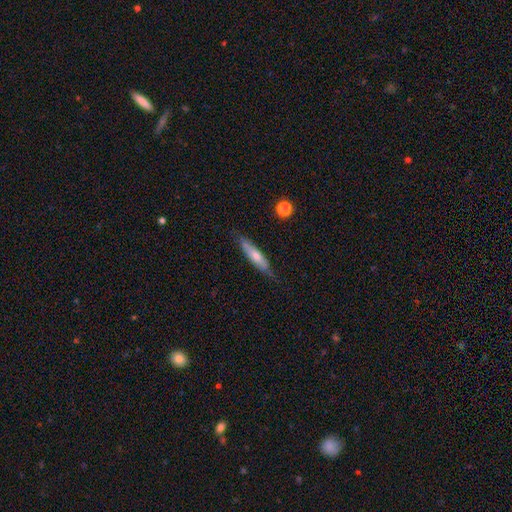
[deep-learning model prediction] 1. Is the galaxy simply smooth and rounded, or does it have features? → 56% smooth, 38% featured or disk, 6% star or artifact.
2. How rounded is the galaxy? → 82% cigar-shaped, 17% in between, 2% round.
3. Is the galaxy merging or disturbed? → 74% none, 20% minor disturbance, 4% major disturbance, 2% merger.